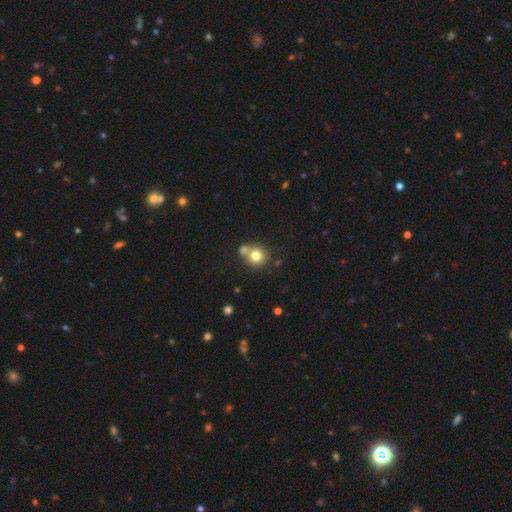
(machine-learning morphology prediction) Smooth or featured? smooth (77%)
How rounded? round (85%)
Merging? none (50%)